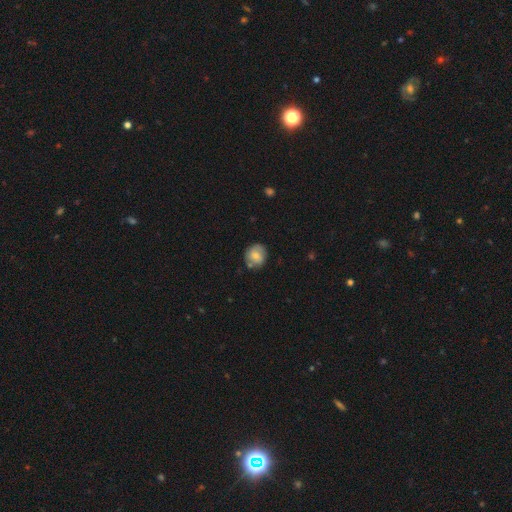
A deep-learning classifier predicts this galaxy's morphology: Overall: smooth (70%). How rounded: round (82%). Merging: none (73%).